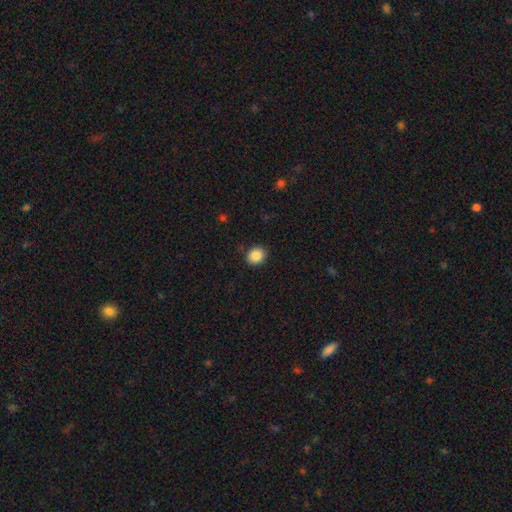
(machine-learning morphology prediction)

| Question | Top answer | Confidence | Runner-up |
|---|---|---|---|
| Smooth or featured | smooth | 87% | star or artifact (9%) |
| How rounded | round | 70% | in between (29%) |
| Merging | none | 88% | minor disturbance (8%) |